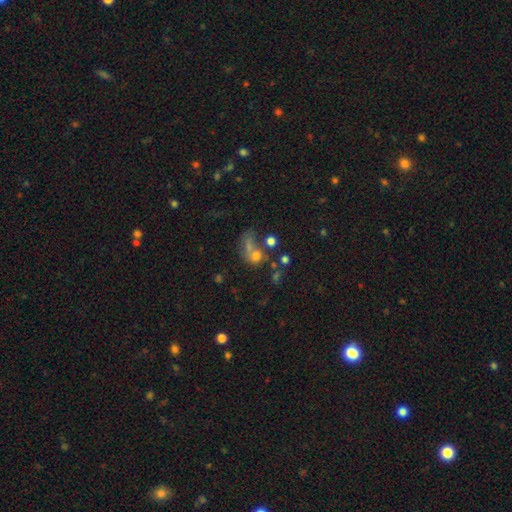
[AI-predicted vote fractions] Smooth or featured? Predicted: smooth (p=0.62). How rounded? Predicted: round (p=0.61). Merging? Predicted: merger (p=0.40).